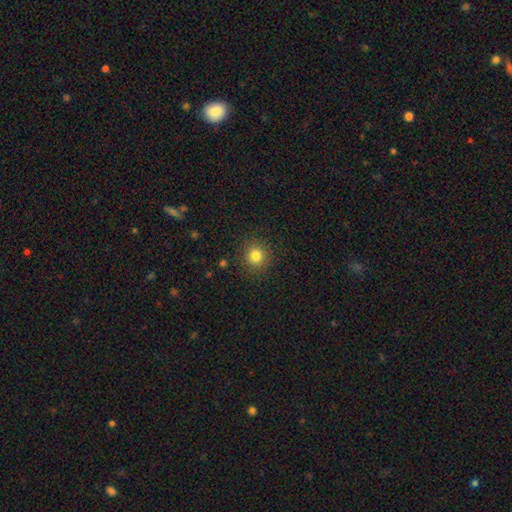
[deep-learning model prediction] Smooth or featured? smooth (82%)
How rounded? round (92%)
Merging? none (90%)